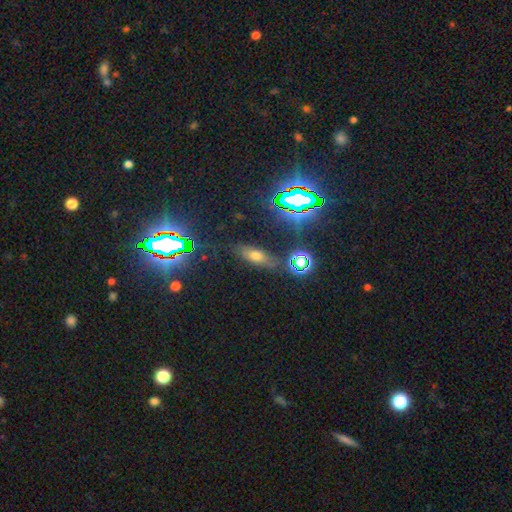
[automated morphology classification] Smooth or featured: smooth — 50% (star or artifact — 32%)
Merging: none — 80% (minor disturbance — 12%)